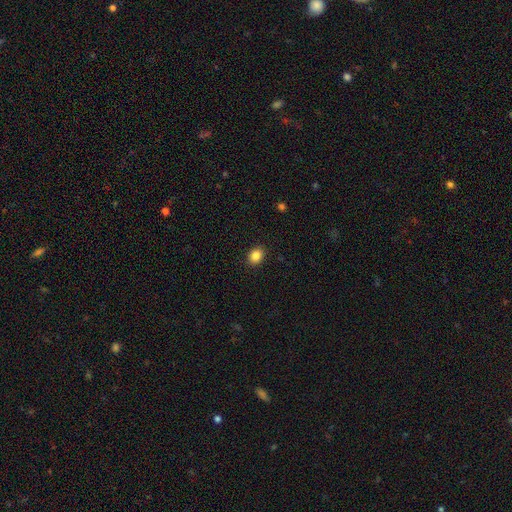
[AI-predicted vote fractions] This is clearly a smooth galaxy (86%). How rounded: possibly in between (53%). Merging: clearly none (90%).